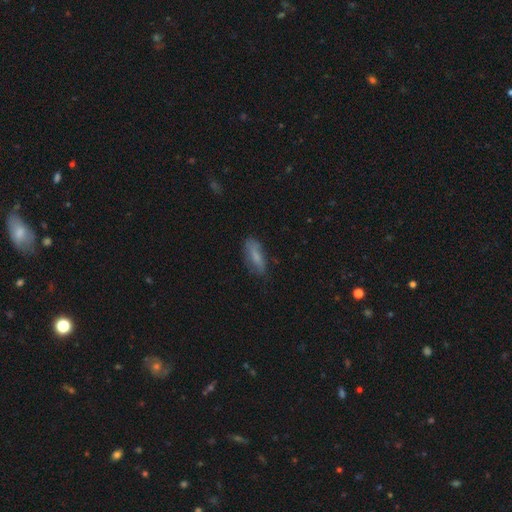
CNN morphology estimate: This is likely a smooth galaxy (71%). How rounded: likely in between (61%). Merging: likely none (69%).